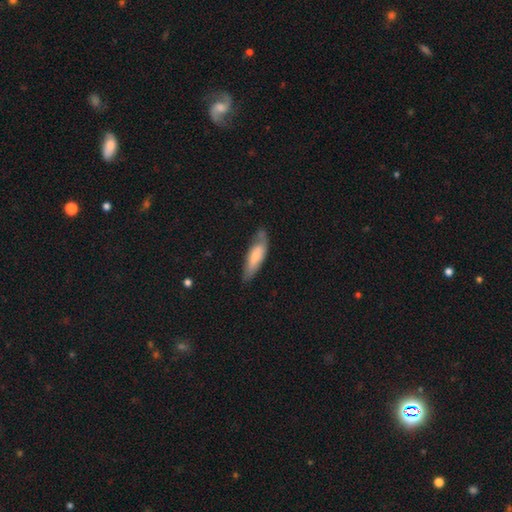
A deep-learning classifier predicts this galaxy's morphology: Smooth or featured? smooth (66%)
How rounded? in between (49%, tied with cigar-shaped)
Merging? none (61%)